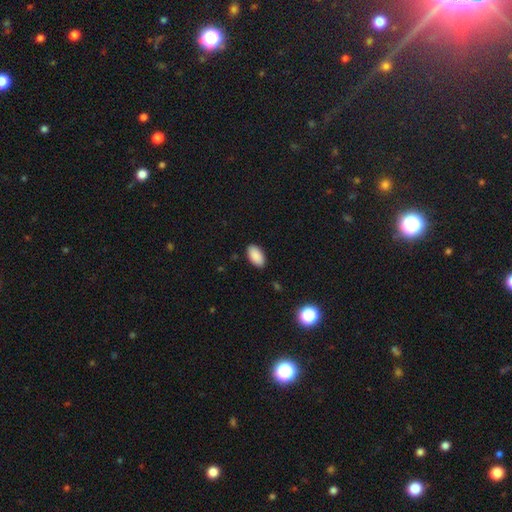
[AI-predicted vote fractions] Smooth or featured: smooth — 90% (star or artifact — 7%)
How rounded: in between — 95% (round — 3%)
Merging: none — 88% (minor disturbance — 9%)